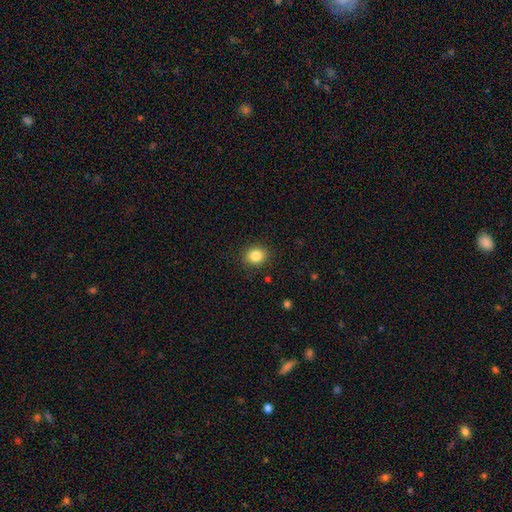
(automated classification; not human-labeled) This is clearly a smooth galaxy (84%). How rounded: likely round (75%). Merging: clearly none (88%).